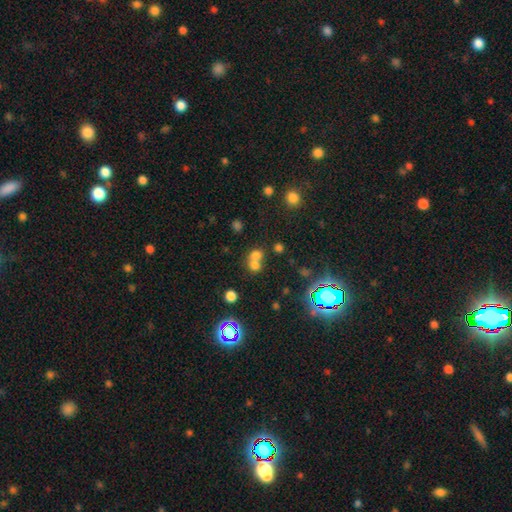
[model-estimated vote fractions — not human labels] Smooth or featured: smooth — 66% (star or artifact — 22%)
How rounded: round — 76% (in between — 23%)
Merging: merger — 58% (none — 34%)